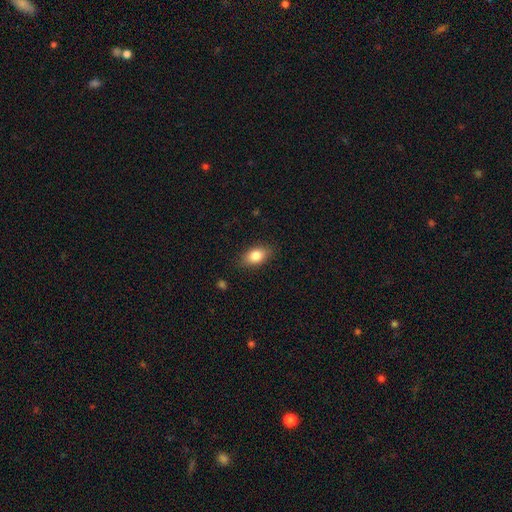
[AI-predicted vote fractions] Overall: smooth (84%). How rounded: in between (88%). Merging: none (85%).